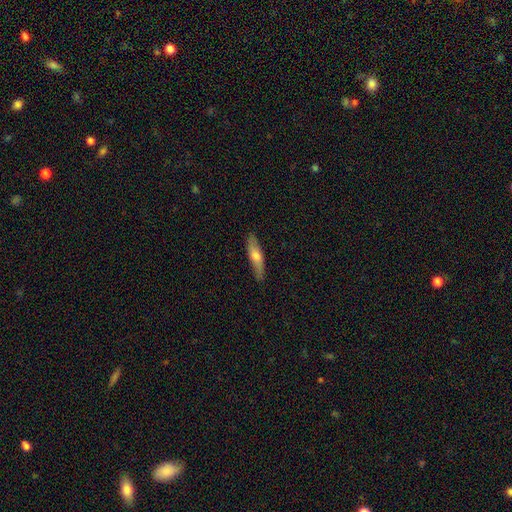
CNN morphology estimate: type=smooth (59%); roundness=cigar-shaped (74%); merging=none (85%).